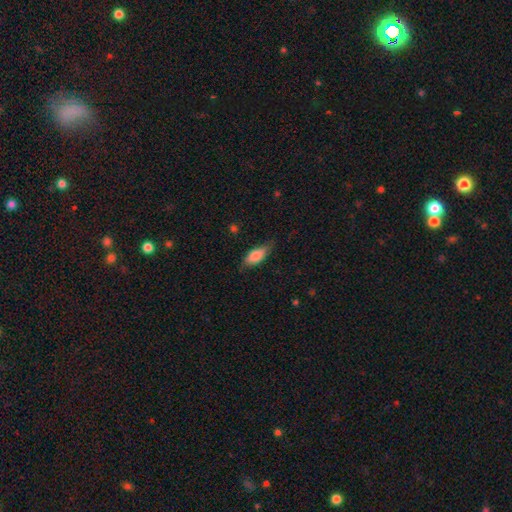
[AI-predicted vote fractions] smooth_or_featured: smooth (p=0.81) [alt: featured or disk p=0.13]
how_rounded: in between (p=0.80) [alt: cigar-shaped p=0.17]
merging: none (p=0.68) [alt: minor disturbance p=0.25]